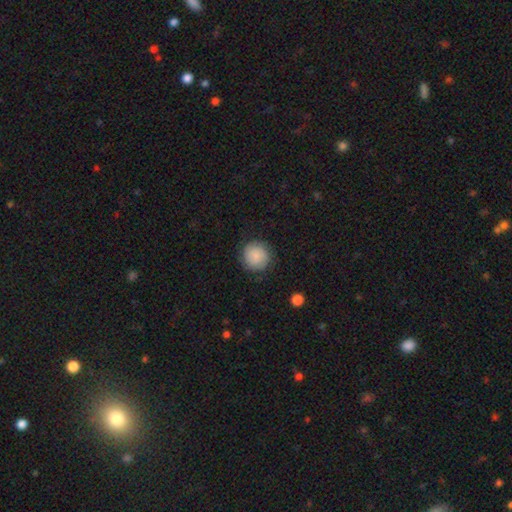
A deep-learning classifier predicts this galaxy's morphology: smooth 81%, featured or disk 12%, star or artifact 8%. Down the decision tree: how rounded — round (93%); merging — none (84%).